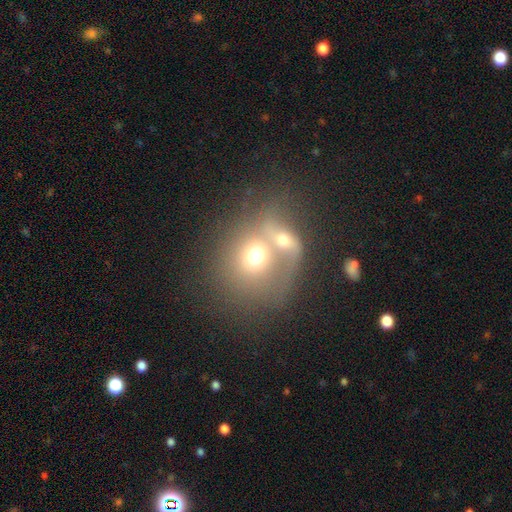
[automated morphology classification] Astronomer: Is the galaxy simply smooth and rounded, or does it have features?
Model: smooth — 58%.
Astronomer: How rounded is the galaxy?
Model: round — 73%.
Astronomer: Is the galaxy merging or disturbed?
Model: merger — 68%.